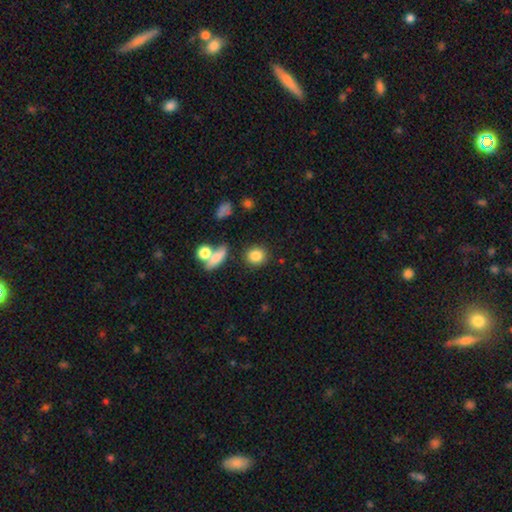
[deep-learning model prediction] Smooth or featured: smooth — 83% (star or artifact — 10%)
How rounded: round — 75% (in between — 23%)
Merging: none — 81% (minor disturbance — 9%)